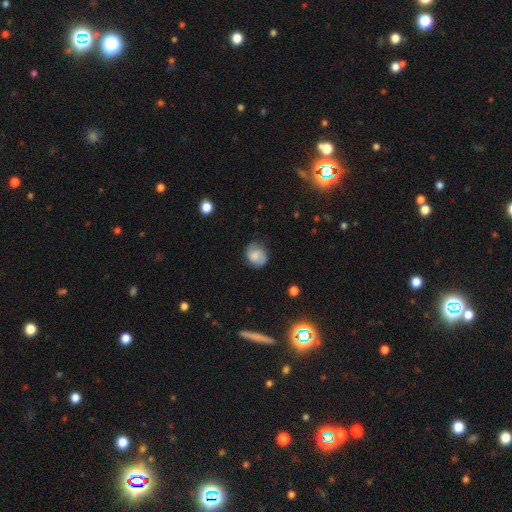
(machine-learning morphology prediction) type=smooth (60%); roundness=round (65%); merging=none (69%).